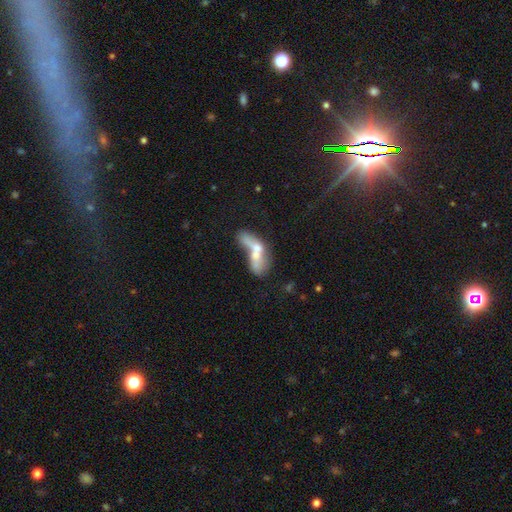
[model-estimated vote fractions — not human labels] Smooth or featured: smooth — 50% (featured or disk — 40%)
How rounded: in between — 67% (cigar-shaped — 24%)
Merging: merger — 66% (major disturbance — 15%)